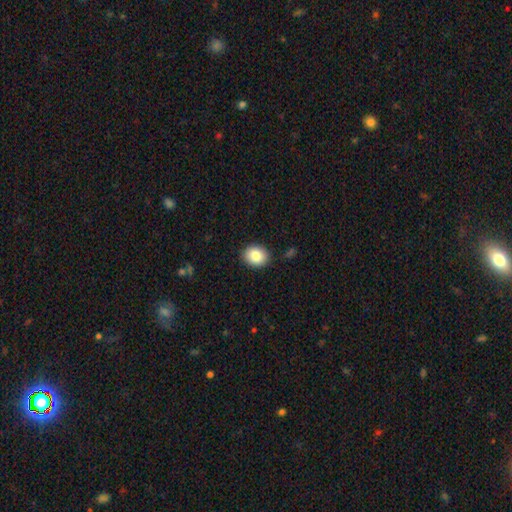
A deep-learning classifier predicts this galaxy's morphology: This appears to be a smooth galaxy with no disk features (84%) that is round (50%). Merging: none (89%).